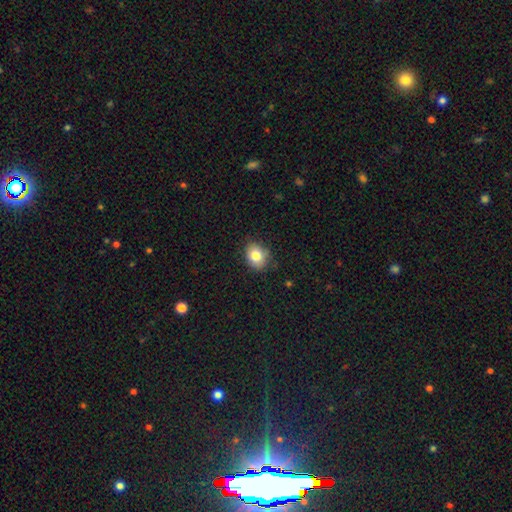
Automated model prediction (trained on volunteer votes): A smooth galaxy with no disk features (82%) that is in between round and cigar-shaped (54%). Merging: none (79%).